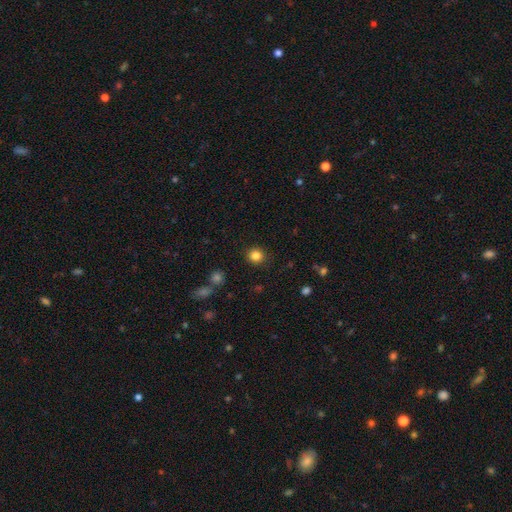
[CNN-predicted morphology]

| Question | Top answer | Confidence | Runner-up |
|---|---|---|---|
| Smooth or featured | smooth | 84% | star or artifact (12%) |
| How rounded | round | 90% | in between (9%) |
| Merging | none | 90% | minor disturbance (6%) |